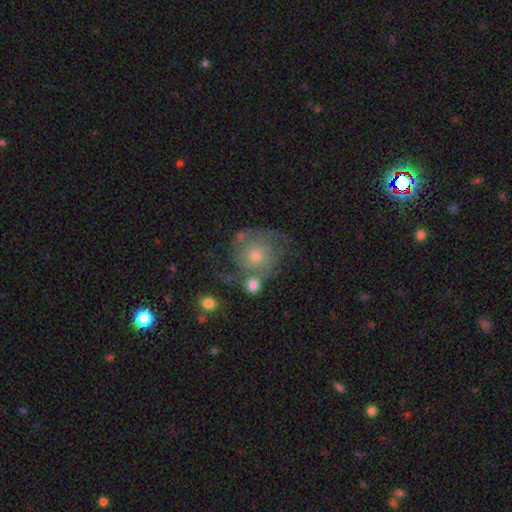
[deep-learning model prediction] smooth-or-featured: featured or disk: 76% | smooth: 15% | star or artifact: 8%
  disk-edge-on: no: 98% | yes: 2%
    bar: no: 81% | weak: 16% | strong: 3%
    has-spiral-arms: yes: 93% | no: 7%
      spiral-winding: medium: 43% | tight: 38% | loose: 20%
      spiral-arm-count: 2: 70% | can't tell: 12% | 3: 8% | 1: 4% | 4: 3% | more than 4: 3%
    bulge-size: small: 64% | moderate: 30% | none: 3% | large: 3% | dominant: 1%
  merging: none: 56% | minor disturbance: 19% | major disturbance: 14% | merger: 12%